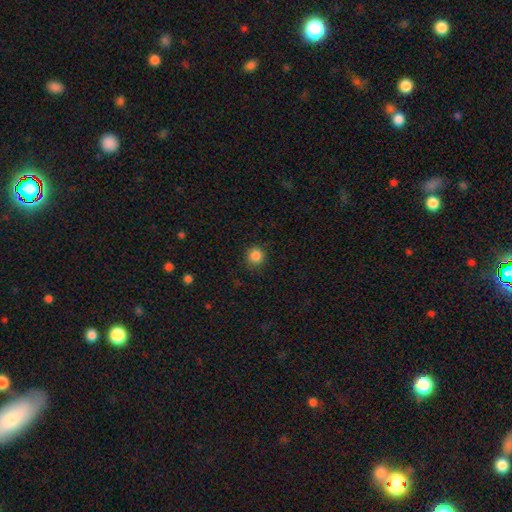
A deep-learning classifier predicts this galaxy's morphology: smooth_or_featured: smooth (p=0.86) [alt: star or artifact p=0.11]
how_rounded: round (p=0.93) [alt: in between p=0.06]
merging: none (p=0.89) [alt: minor disturbance p=0.07]